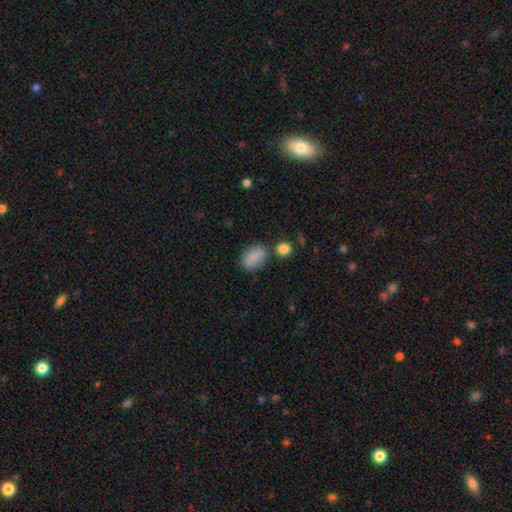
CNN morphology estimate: Smooth or featured: smooth — 85% (star or artifact — 9%)
How rounded: in between — 85% (round — 13%)
Merging: none — 68% (minor disturbance — 16%)